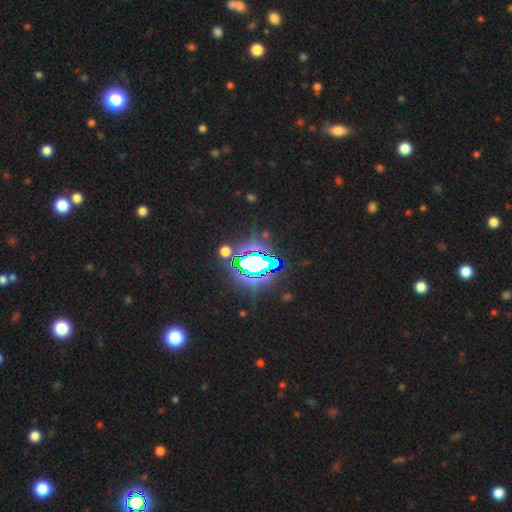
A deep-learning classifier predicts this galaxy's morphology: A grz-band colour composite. It shows a star or artifact, not a galaxy (82%).